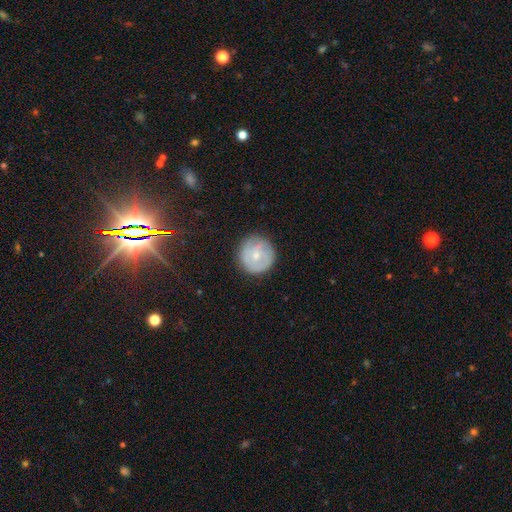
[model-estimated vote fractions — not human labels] smooth_or_featured: smooth (p=0.51) [alt: featured or disk p=0.43]
how_rounded: round (p=0.95) [alt: in between p=0.04]
merging: none (p=0.83) [alt: minor disturbance p=0.13]